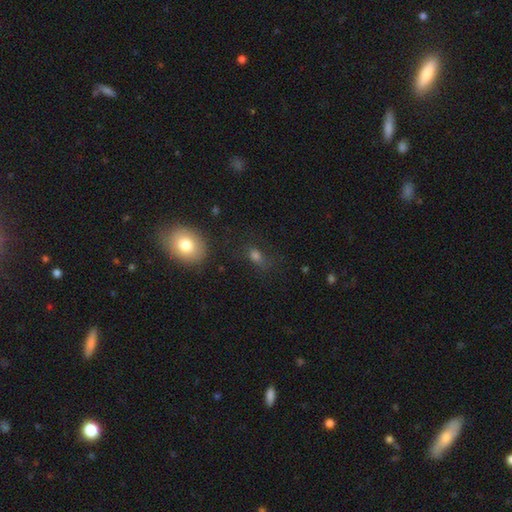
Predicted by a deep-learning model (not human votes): Smooth or featured? smooth (70%)
How rounded? in between (62%)
Merging? none (64%)